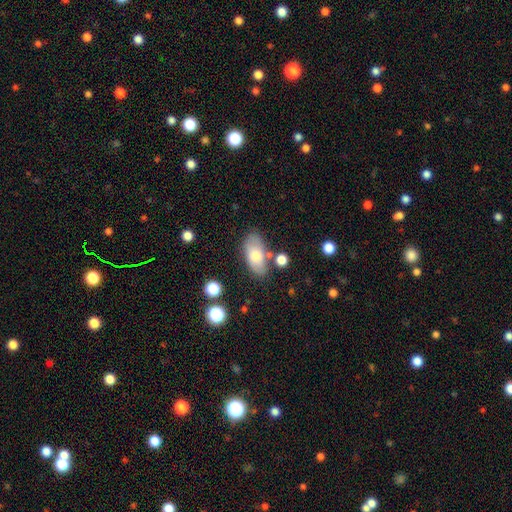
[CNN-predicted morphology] smooth_or_featured: smooth (p=0.71) [alt: featured or disk p=0.22]
how_rounded: in between (p=0.91) [alt: cigar-shaped p=0.05]
merging: none (p=0.71) [alt: minor disturbance p=0.17]